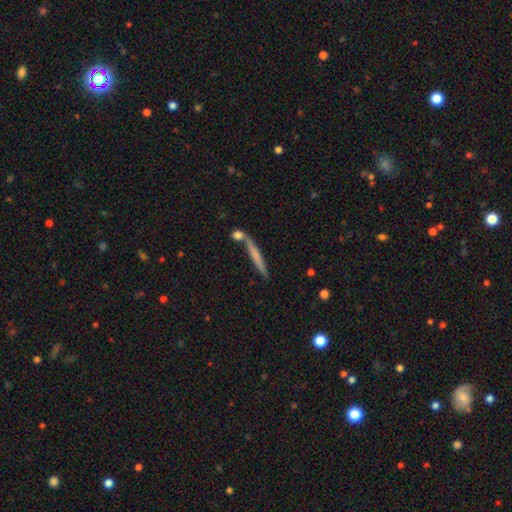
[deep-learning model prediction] Q: Smooth or featured?
A: smooth (54%); runner-up: featured or disk (39%)
Q: How rounded?
A: cigar-shaped (94%); runner-up: in between (4%)
Q: Merging?
A: none (68%); runner-up: merger (18%)